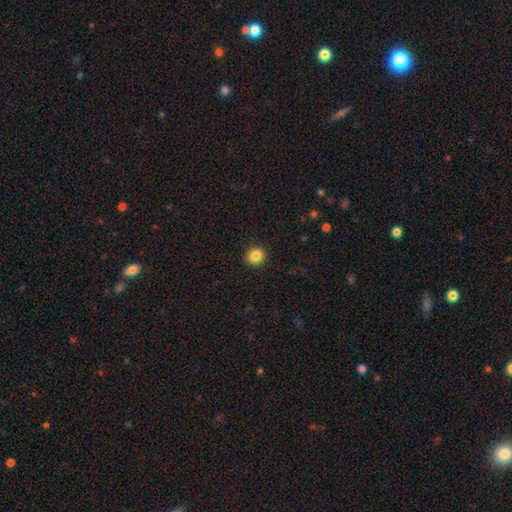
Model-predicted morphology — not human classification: smooth-or-featured: smooth: 85% | star or artifact: 11% | featured or disk: 4%
  how-rounded: round: 91% | in between: 8% | cigar-shaped: 1%
  merging: none: 92% | minor disturbance: 5% | major disturbance: 2% | merger: 1%